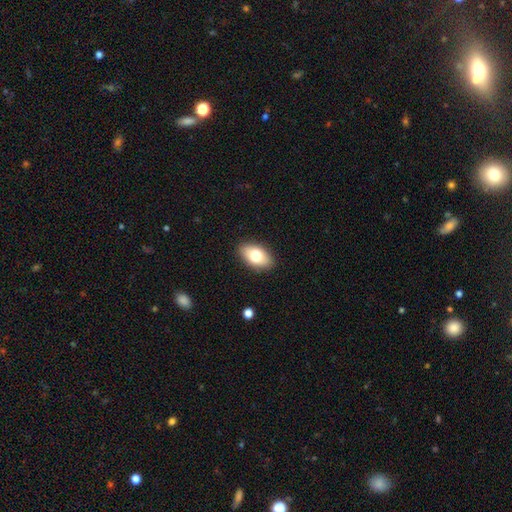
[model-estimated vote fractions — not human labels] Q: Smooth or featured?
A: smooth (75%); runner-up: featured or disk (18%)
Q: How rounded?
A: in between (92%); runner-up: round (6%)
Q: Merging?
A: none (88%); runner-up: minor disturbance (9%)